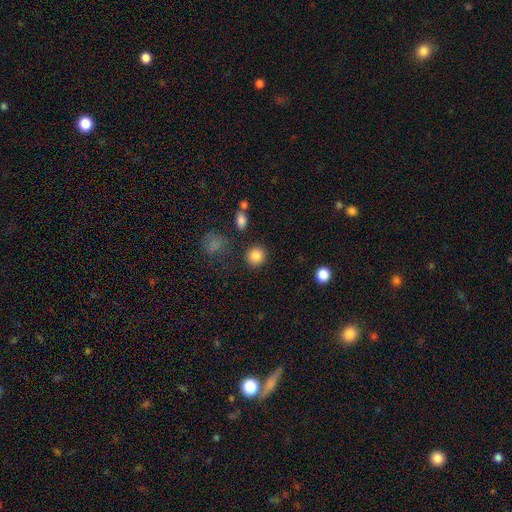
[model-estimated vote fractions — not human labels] smooth 86%, star or artifact 10%, featured or disk 5%. Down the decision tree: how rounded — round (90%); merging — none (88%).